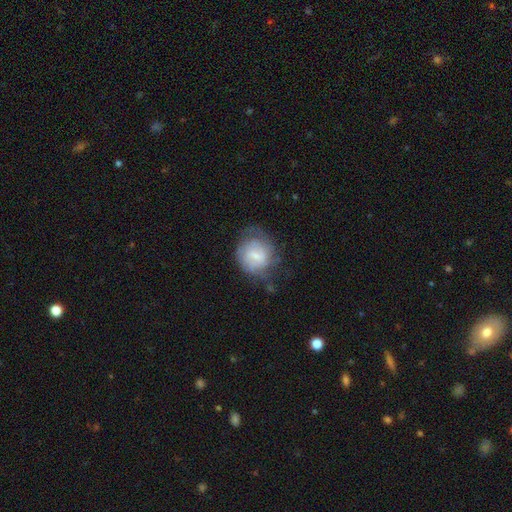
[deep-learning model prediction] A featured or disk galaxy (50%).

Vote fractions:
- Smooth or featured? featured or disk: 50% / smooth: 42% / star or artifact: 8%
- Edge-on disk? no: 97% / yes: 3%
- Merging? none: 51% / minor disturbance: 28% / major disturbance: 19% / merger: 2%